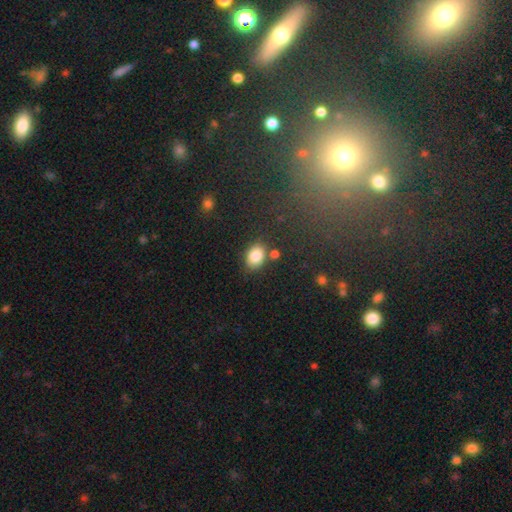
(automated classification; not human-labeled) Smooth or featured? smooth (85%)
How rounded? in between (74%)
Merging? none (74%)